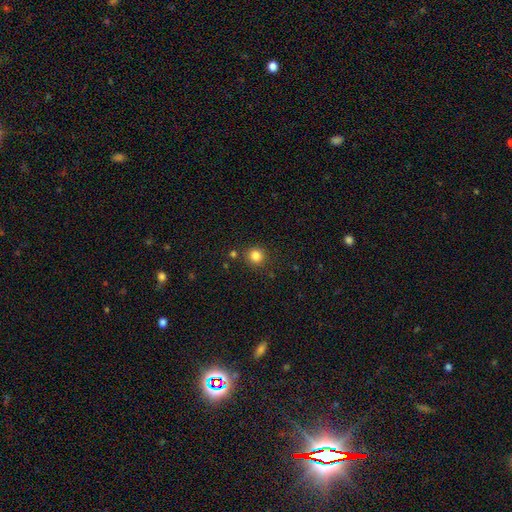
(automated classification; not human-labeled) Morphology: type=smooth (84%); roundness=round (93%); merging=none (85%).